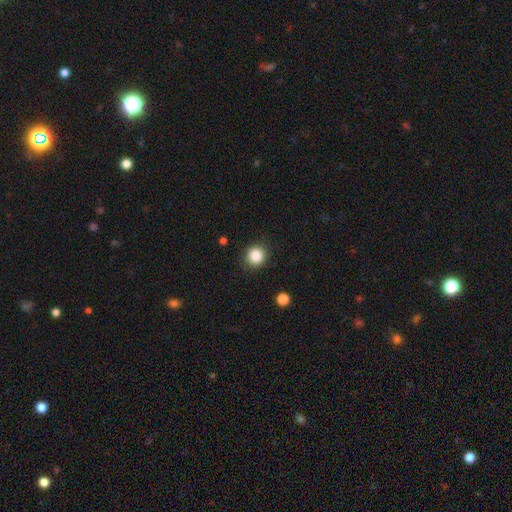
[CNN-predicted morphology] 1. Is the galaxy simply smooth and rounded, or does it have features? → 86% smooth, 10% star or artifact, 4% featured or disk.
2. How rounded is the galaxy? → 89% round, 10% in between, 1% cigar-shaped.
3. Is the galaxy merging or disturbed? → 89% none, 8% minor disturbance, 2% major disturbance, 1% merger.